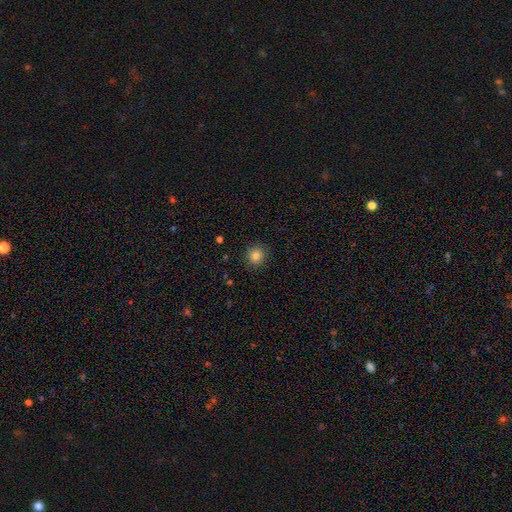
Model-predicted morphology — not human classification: Overall: smooth (82%). How rounded: round (89%). Merging: none (90%).